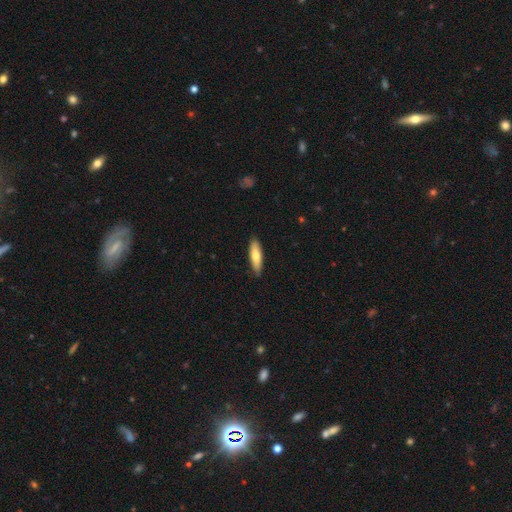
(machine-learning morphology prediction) Smooth or featured? Predicted: smooth (p=0.71). How rounded? Predicted: cigar-shaped (p=0.61). Merging? Predicted: none (p=0.87).